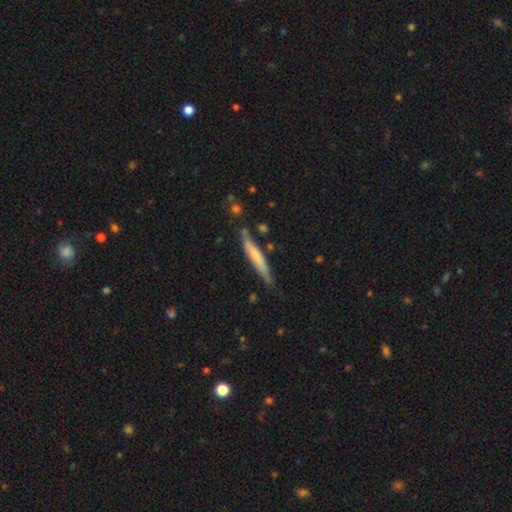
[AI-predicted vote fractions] The model was most divided on "smooth or featured": smooth: 56%, featured or disk: 38%, star or artifact: 6%. More confident: how rounded — cigar-shaped (92%); merging — none (74%).